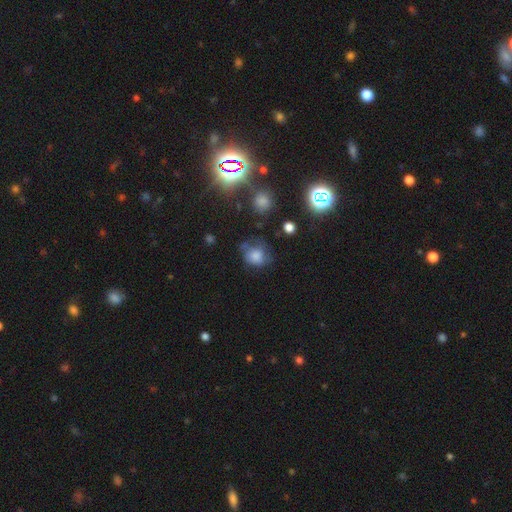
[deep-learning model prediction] Q: Smooth or featured?
A: smooth (73%); runner-up: featured or disk (14%)
Q: How rounded?
A: round (67%); runner-up: in between (32%)
Q: Merging?
A: none (45%); runner-up: minor disturbance (29%)